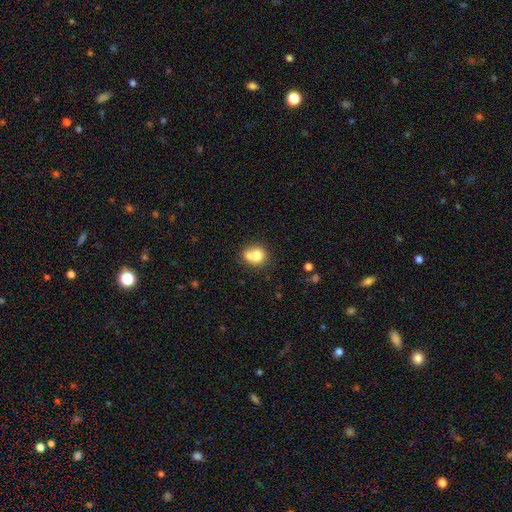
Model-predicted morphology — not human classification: A smooth galaxy with no disk features (73%) that is round (70%).

Vote fractions:
- Smooth or featured? smooth: 73% / featured or disk: 17% / star or artifact: 10%
- How rounded? round: 70% / in between: 29% / cigar-shaped: 1%
- Merging? merger: 52% / none: 33% / minor disturbance: 10% / major disturbance: 4%